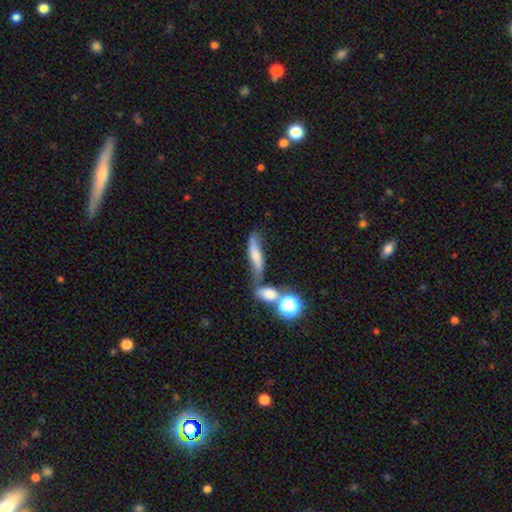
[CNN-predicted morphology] This appears to be a smooth galaxy with no disk features (58%) that is cigar-shaped (64%). Merging: none (41%).